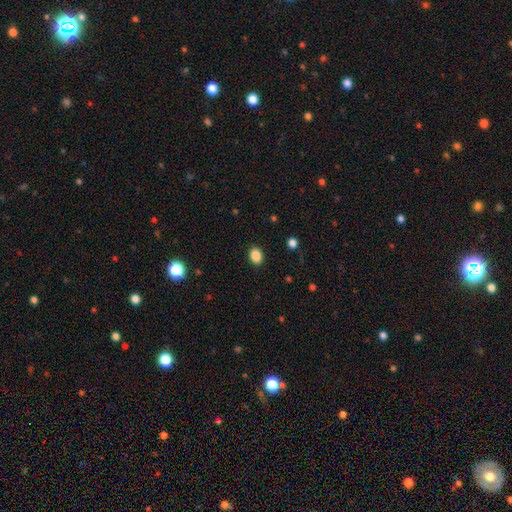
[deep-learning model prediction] This is clearly a smooth galaxy (87%). How rounded: likely in between (70%). Merging: clearly none (89%).